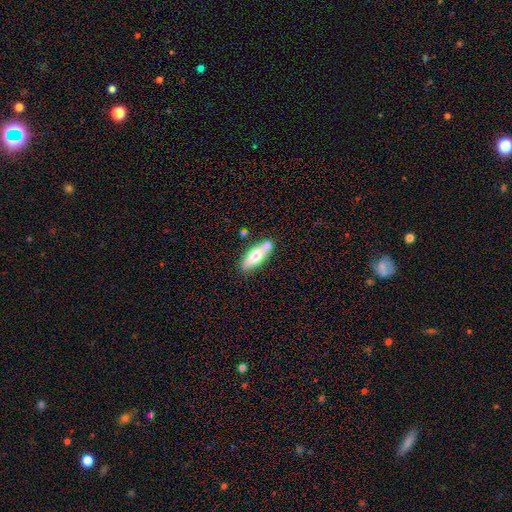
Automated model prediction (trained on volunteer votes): A smooth galaxy with no disk features (59%) that is in between round and cigar-shaped (54%).

Vote fractions:
- Smooth or featured? smooth: 59% / featured or disk: 34% / star or artifact: 6%
- How rounded? in between: 54% / cigar-shaped: 44% / round: 3%
- Merging? none: 67% / merger: 17% / minor disturbance: 13% / major disturbance: 3%